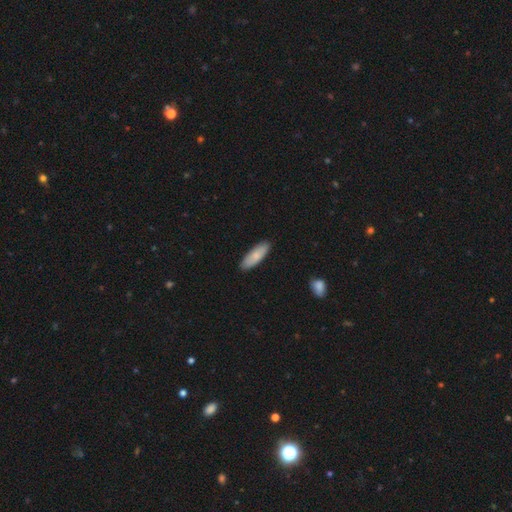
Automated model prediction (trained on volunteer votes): Morphology: type=smooth (81%); roundness=in between (59%); merging=none (89%).